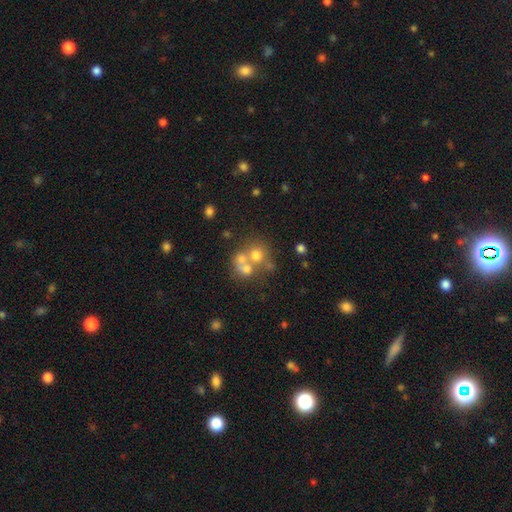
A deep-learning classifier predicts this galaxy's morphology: smooth_or_featured: smooth (p=0.59) [alt: featured or disk p=0.25]
how_rounded: round (p=0.81) [alt: in between p=0.18]
merging: merger (p=0.50) [alt: none p=0.37]